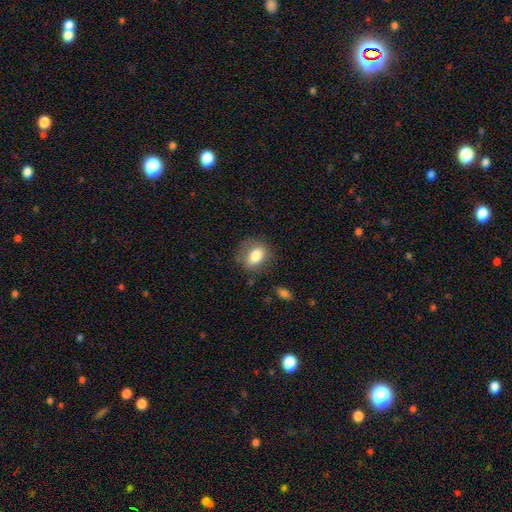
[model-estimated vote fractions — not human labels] Smooth or featured? smooth (78%)
How rounded? in between (59%)
Merging? none (71%)